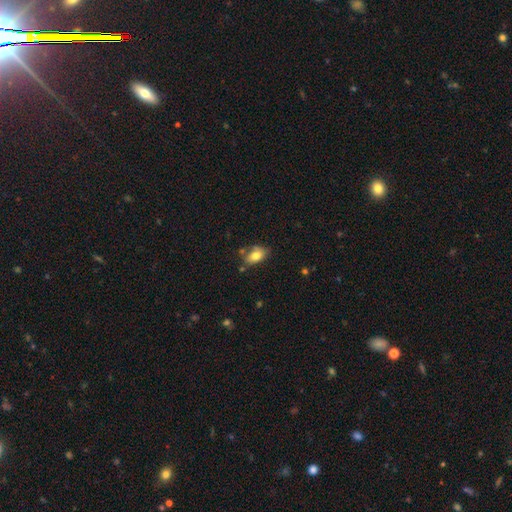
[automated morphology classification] Smooth or featured: smooth — 77% (featured or disk — 15%)
How rounded: in between — 89% (round — 8%)
Merging: none — 58% (minor disturbance — 26%)